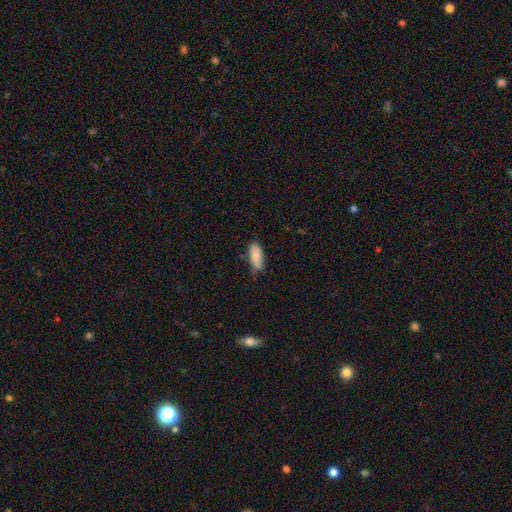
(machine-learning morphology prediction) A smooth galaxy with no disk features (82%) that is in between round and cigar-shaped (84%). Merging: none (65%).